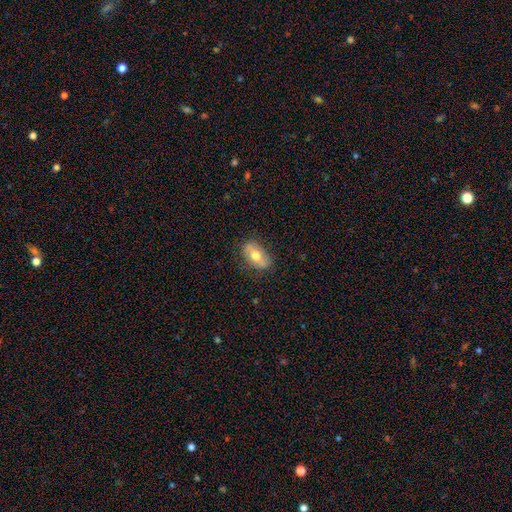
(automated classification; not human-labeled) This is possibly a smooth galaxy (58%). How rounded: clearly in between (88%). Merging: likely none (79%).